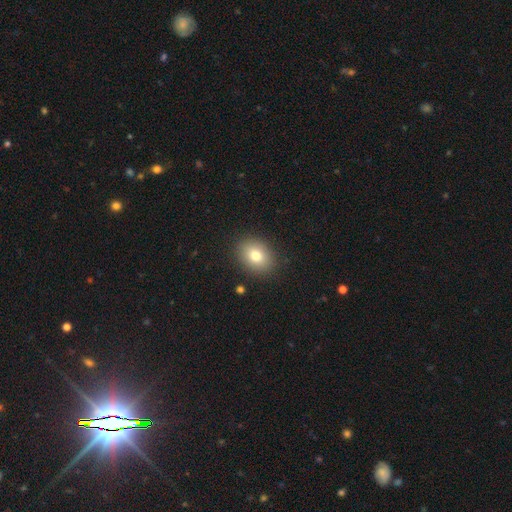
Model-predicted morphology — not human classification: Smooth or featured? smooth (79%)
How rounded? in between (54%)
Merging? none (88%)